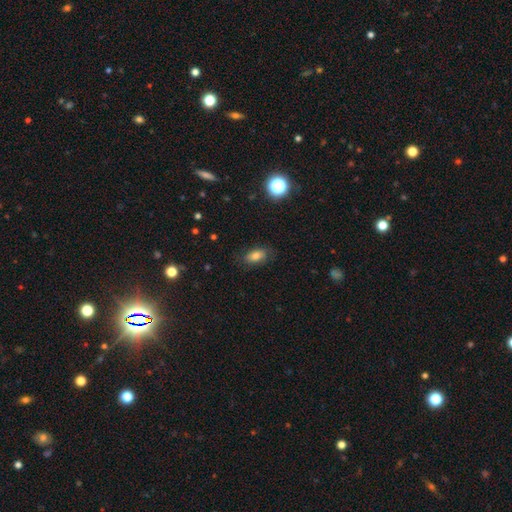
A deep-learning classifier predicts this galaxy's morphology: A smooth galaxy with no disk features (76%) that is in between round and cigar-shaped (87%). Merging: none (79%).